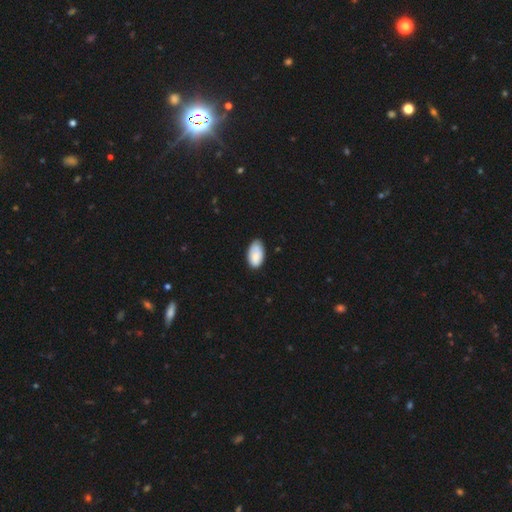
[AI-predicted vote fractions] smooth 82%, featured or disk 11%, star or artifact 7%. Down the decision tree: how rounded — in between (95%); merging — none (67%).